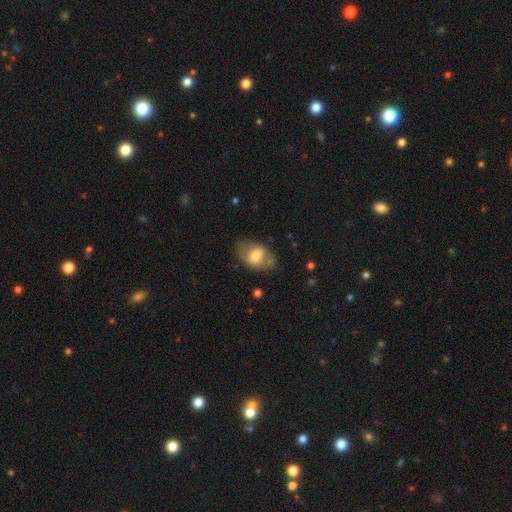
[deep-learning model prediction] Q: Smooth or featured?
A: smooth (63%); runner-up: featured or disk (30%)
Q: How rounded?
A: in between (80%); runner-up: round (18%)
Q: Merging?
A: none (53%); runner-up: minor disturbance (25%)